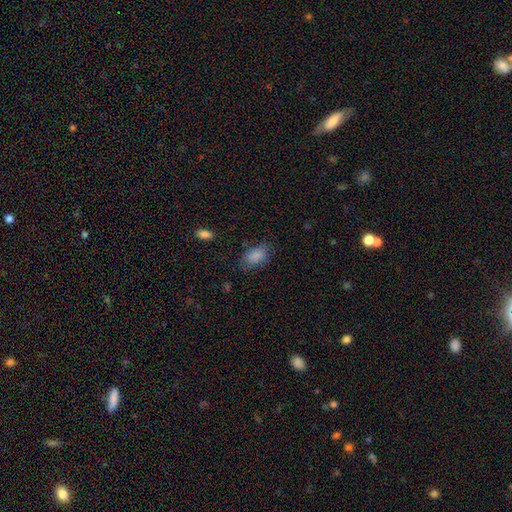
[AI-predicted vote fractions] A smooth galaxy with no disk features (87%) that is in between round and cigar-shaped (91%). Merging: none (78%).